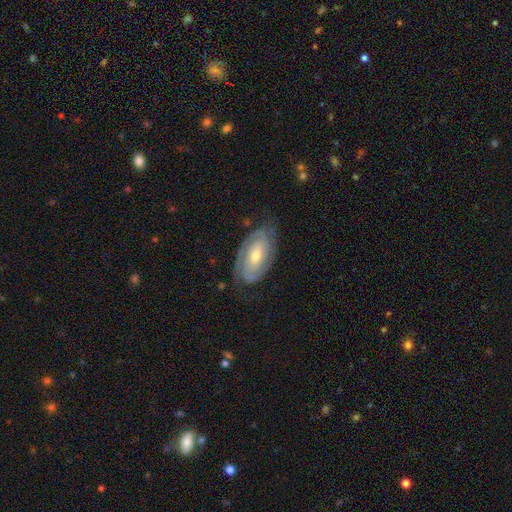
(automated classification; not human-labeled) Smooth or featured? featured or disk (78%)
Edge-on disk? no (94%)
Bar? no (57%)
Spiral arms? yes (89%)
Spiral winding? tight (68%)
Spiral arm count? 2 (63%)
Bulge size? moderate (51%)
Merging? none (74%)